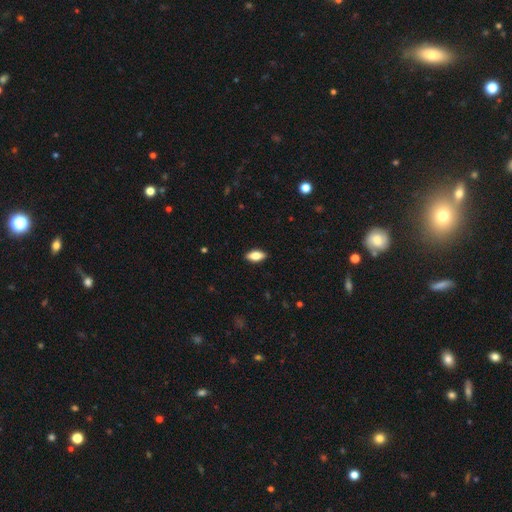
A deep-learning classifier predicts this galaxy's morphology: Smooth or featured? Predicted: smooth (p=0.79). How rounded? Predicted: in between (p=0.86). Merging? Predicted: none (p=0.89).